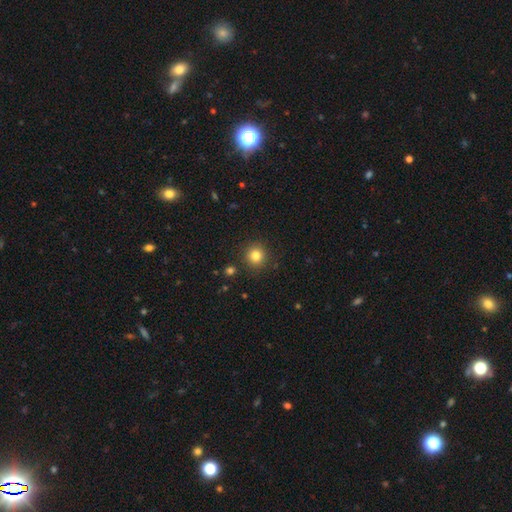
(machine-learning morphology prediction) smooth-or-featured: smooth: 82% | star or artifact: 13% | featured or disk: 6%
  how-rounded: round: 93% | in between: 6% | cigar-shaped: 1%
  merging: none: 90% | minor disturbance: 6% | major disturbance: 2% | merger: 2%